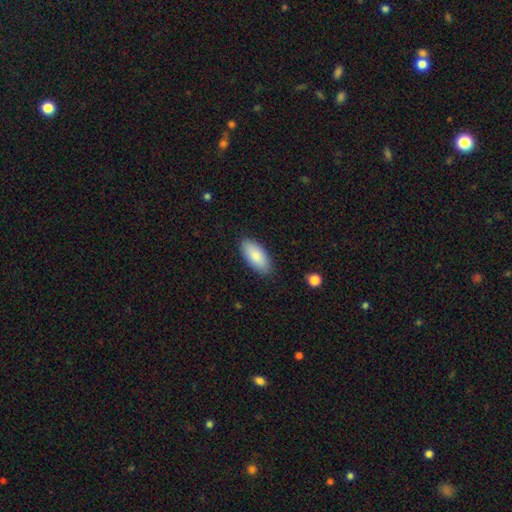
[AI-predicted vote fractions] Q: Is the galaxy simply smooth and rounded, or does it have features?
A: smooth — 86%.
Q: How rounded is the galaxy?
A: in between — 91%.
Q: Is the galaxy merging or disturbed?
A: none — 87%.